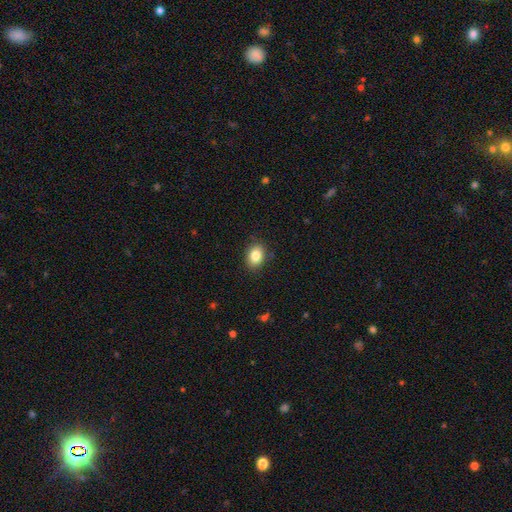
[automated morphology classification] type=smooth (84%); roundness=in between (69%); merging=none (88%).